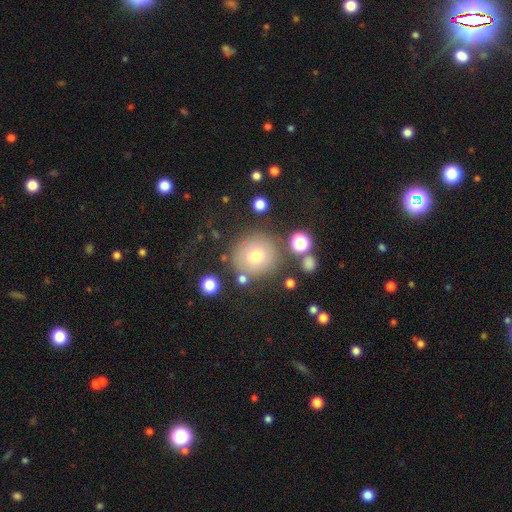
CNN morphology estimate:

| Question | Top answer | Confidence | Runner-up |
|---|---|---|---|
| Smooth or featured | smooth | 69% | featured or disk (16%) |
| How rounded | round | 93% | in between (6%) |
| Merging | none | 78% | minor disturbance (11%) |